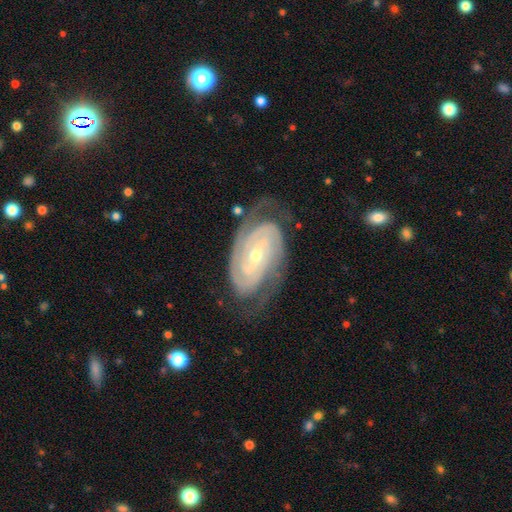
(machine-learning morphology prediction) Smooth or featured: featured or disk — 92% (star or artifact — 4%)
Edge-on disk: no — 96% (yes — 4%)
Bar: no — 38% (tied with weak — 38%)
Spiral arms: yes — 98% (no — 2%)
Spiral winding: tight — 80% (medium — 18%)
Spiral arm count: 2 — 69% (3 — 12%)
Bulge size: small — 59% (moderate — 38%)
Merging: none — 75% (minor disturbance — 17%)